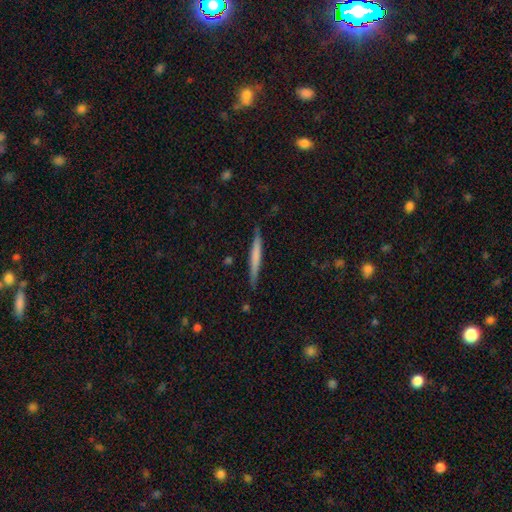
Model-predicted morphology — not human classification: Overall: smooth (56%; featured or disk 38%). How rounded: cigar-shaped (96%). Merging: none (86%).